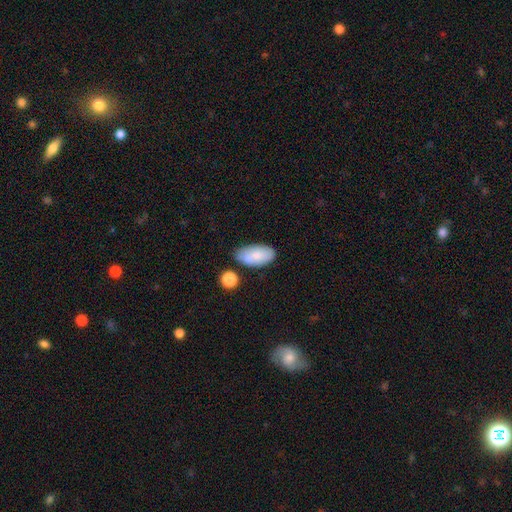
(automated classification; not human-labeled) Q: Smooth or featured?
A: smooth (77%); runner-up: featured or disk (16%)
Q: How rounded?
A: in between (94%); runner-up: round (3%)
Q: Merging?
A: none (64%); runner-up: minor disturbance (21%)